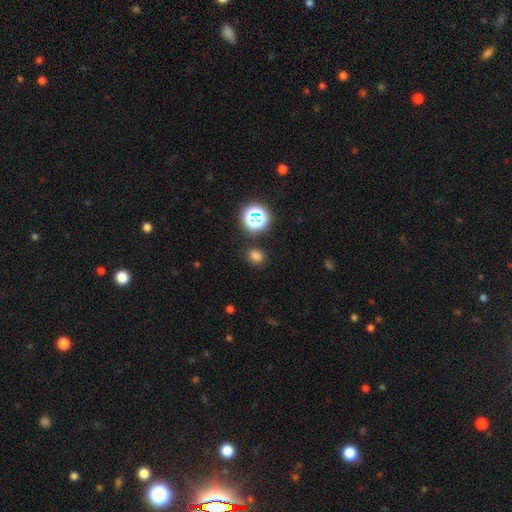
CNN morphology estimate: Q: Smooth or featured?
A: smooth (74%); runner-up: star or artifact (21%)
Q: How rounded?
A: round (64%); runner-up: in between (35%)
Q: Merging?
A: none (84%); runner-up: minor disturbance (10%)